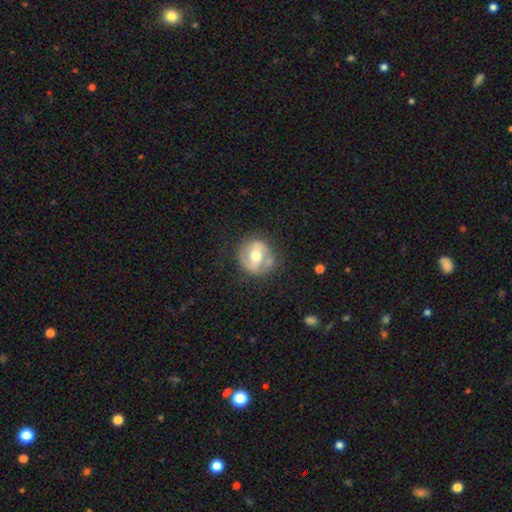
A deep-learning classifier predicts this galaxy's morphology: smooth-or-featured: featured or disk: 59% | smooth: 34% | star or artifact: 7%
  disk-edge-on: no: 95% | yes: 5%
    bar: weak: 36% | strong: 35% | no: 29%
    has-spiral-arms: yes: 57% | no: 43%
    bulge-size: moderate: 73% | small: 16% | large: 9% | none: 1% | dominant: 1%
  merging: none: 70% | minor disturbance: 18% | major disturbance: 7% | merger: 4%